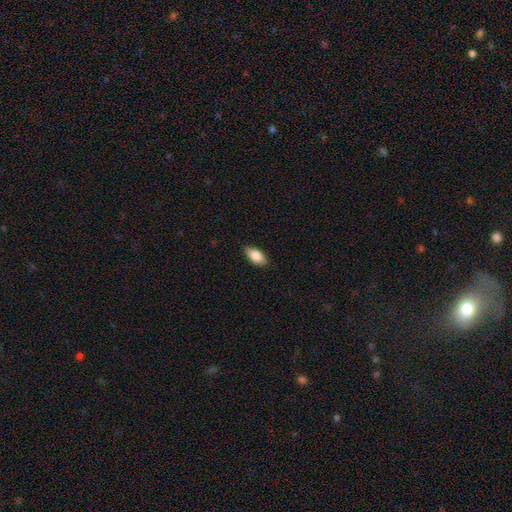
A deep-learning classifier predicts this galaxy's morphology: smooth_or_featured: smooth (p=0.83) [alt: featured or disk p=0.11]
how_rounded: in between (p=0.90) [alt: cigar-shaped p=0.07]
merging: none (p=0.88) [alt: minor disturbance p=0.09]